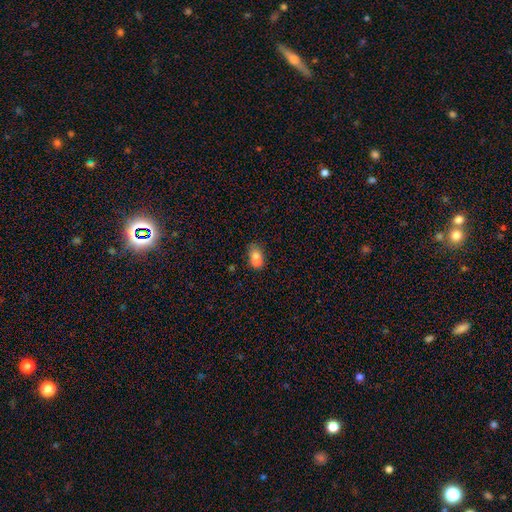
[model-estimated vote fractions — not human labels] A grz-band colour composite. It shows a smooth galaxy with no disk features (71%) that is in between round and cigar-shaped (69%). Merging: merger (49%).